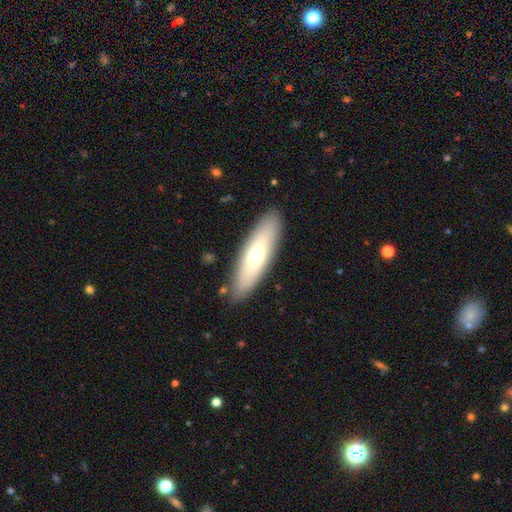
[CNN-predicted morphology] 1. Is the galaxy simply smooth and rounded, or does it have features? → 62% smooth, 32% featured or disk, 6% star or artifact.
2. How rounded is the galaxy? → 58% cigar-shaped, 41% in between, 2% round.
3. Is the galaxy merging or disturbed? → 87% none, 9% minor disturbance, 2% major disturbance, 2% merger.